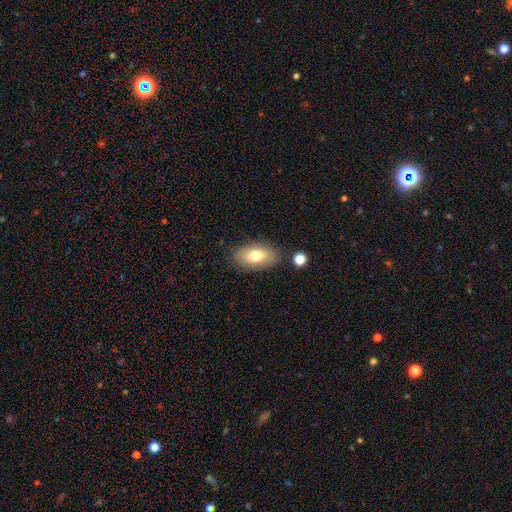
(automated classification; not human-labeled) Smooth or featured: smooth — 73% (featured or disk — 19%)
How rounded: in between — 91% (round — 6%)
Merging: none — 80% (minor disturbance — 12%)